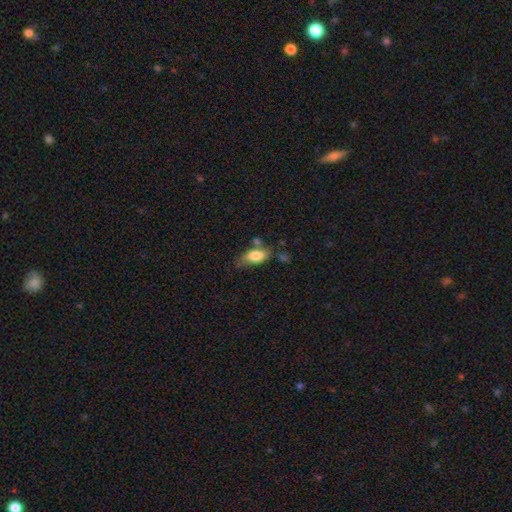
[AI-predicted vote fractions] Smooth or featured? smooth (78%)
How rounded? in between (86%)
Merging? none (52%)